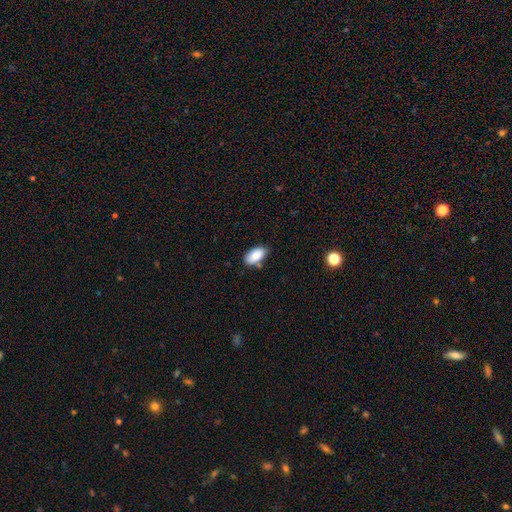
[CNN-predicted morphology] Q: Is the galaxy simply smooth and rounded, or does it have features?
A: smooth — 86%.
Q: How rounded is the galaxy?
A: in between — 94%.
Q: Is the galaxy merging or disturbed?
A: none — 73%.